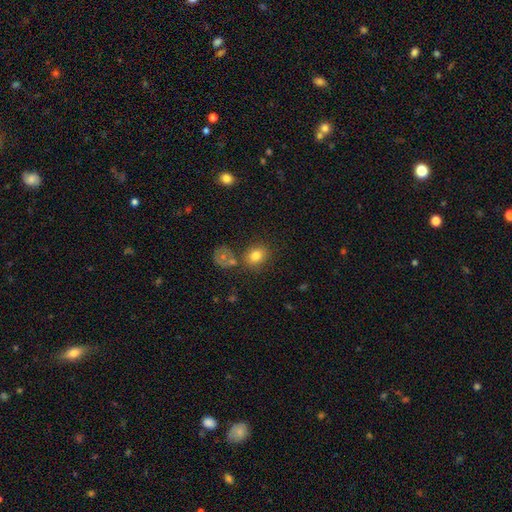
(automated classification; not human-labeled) Q: Smooth or featured?
A: smooth (79%); runner-up: star or artifact (11%)
Q: How rounded?
A: round (58%); runner-up: in between (41%)
Q: Merging?
A: none (68%); runner-up: merger (14%)